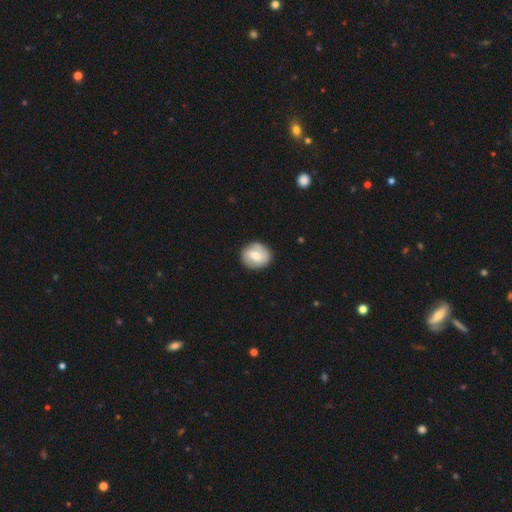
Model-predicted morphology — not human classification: Smooth or featured? smooth (59%)
How rounded? round (74%)
Merging? none (83%)